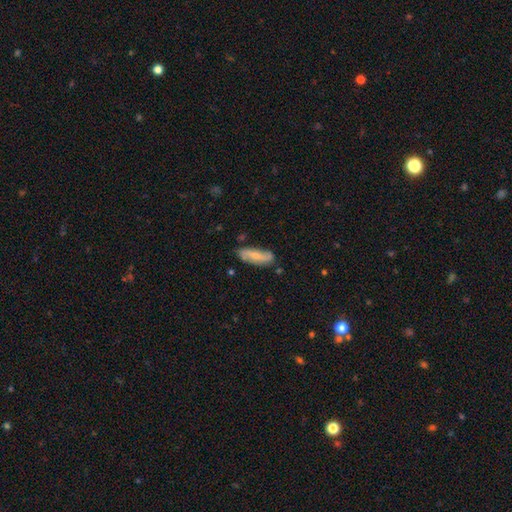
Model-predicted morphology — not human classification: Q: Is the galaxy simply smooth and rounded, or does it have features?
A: featured or disk — 47%.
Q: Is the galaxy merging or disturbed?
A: none — 77%.